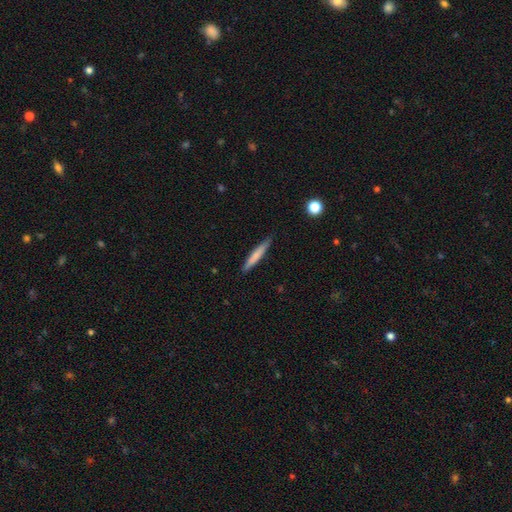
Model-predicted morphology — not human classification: A smooth galaxy with no disk features (68%) that is cigar-shaped (94%).

Vote fractions:
- Smooth or featured? smooth: 68% / featured or disk: 26% / star or artifact: 6%
- How rounded? cigar-shaped: 94% / in between: 5% / round: 1%
- Merging? none: 88% / minor disturbance: 9% / major disturbance: 2% / merger: 1%